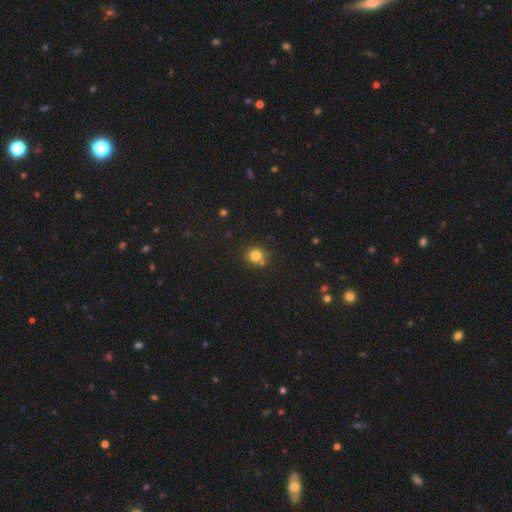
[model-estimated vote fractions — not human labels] smooth_or_featured: smooth (p=0.79) [alt: star or artifact p=0.14]
how_rounded: round (p=0.87) [alt: in between p=0.12]
merging: none (p=0.73) [alt: merger p=0.13]